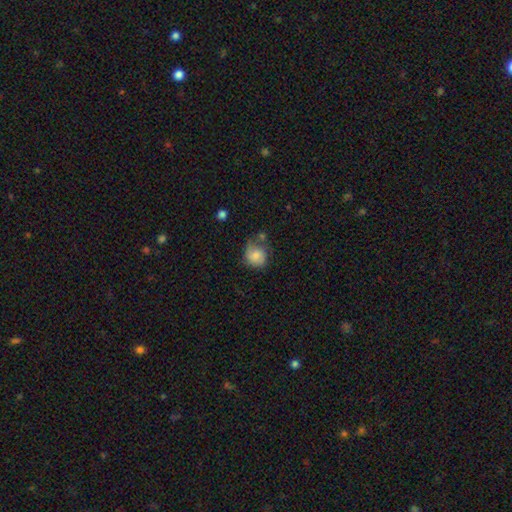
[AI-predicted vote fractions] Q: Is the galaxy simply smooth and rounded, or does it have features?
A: smooth — 74%.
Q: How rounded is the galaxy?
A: round — 70%.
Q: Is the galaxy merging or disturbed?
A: none — 48%.